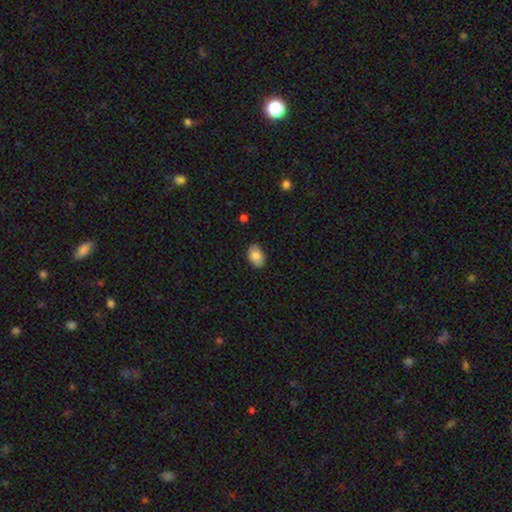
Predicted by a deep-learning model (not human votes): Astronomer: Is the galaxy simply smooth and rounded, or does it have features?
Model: smooth — 84%.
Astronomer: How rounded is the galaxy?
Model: in between — 88%.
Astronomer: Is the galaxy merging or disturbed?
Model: none — 85%.